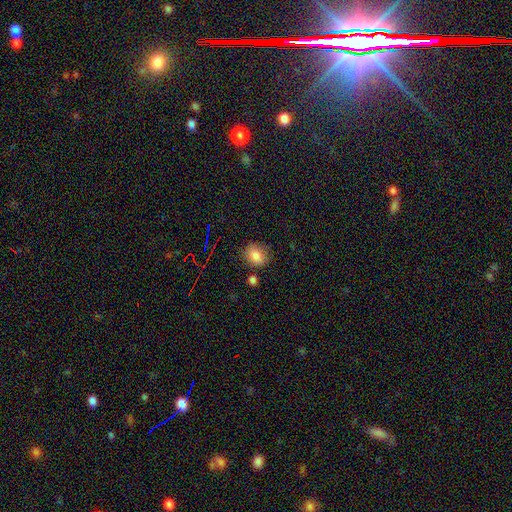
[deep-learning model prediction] This is clearly a smooth galaxy (80%). How rounded: possibly round (52%). Merging: likely none (75%).